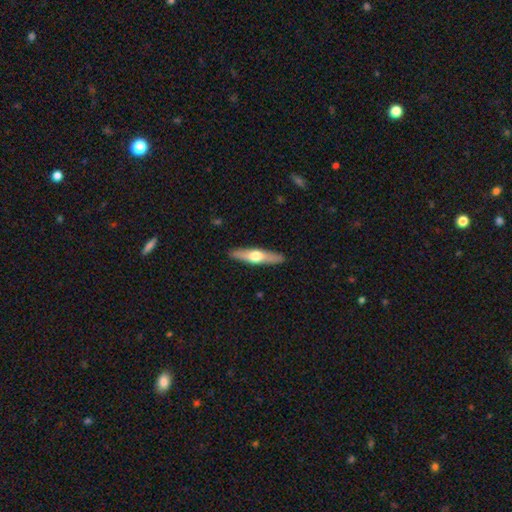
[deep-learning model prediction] A featured or disk galaxy (50%) viewed edge-on (90%). Merging: none (90%).